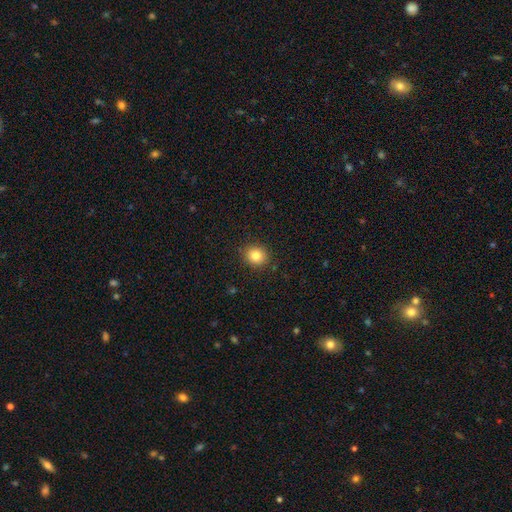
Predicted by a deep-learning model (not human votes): A smooth galaxy with no disk features (83%) that is round (86%).

Vote fractions:
- Smooth or featured? smooth: 83% / star or artifact: 11% / featured or disk: 7%
- How rounded? round: 86% / in between: 14% / cigar-shaped: 1%
- Merging? none: 90% / minor disturbance: 7% / major disturbance: 2% / merger: 1%